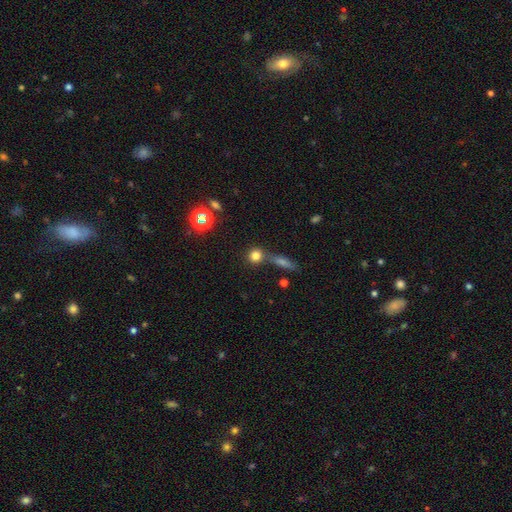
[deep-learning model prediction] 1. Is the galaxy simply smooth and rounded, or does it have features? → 74% smooth, 17% star or artifact, 8% featured or disk.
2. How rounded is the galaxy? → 84% round, 12% in between, 4% cigar-shaped.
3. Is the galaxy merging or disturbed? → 66% none, 21% merger, 9% minor disturbance, 4% major disturbance.